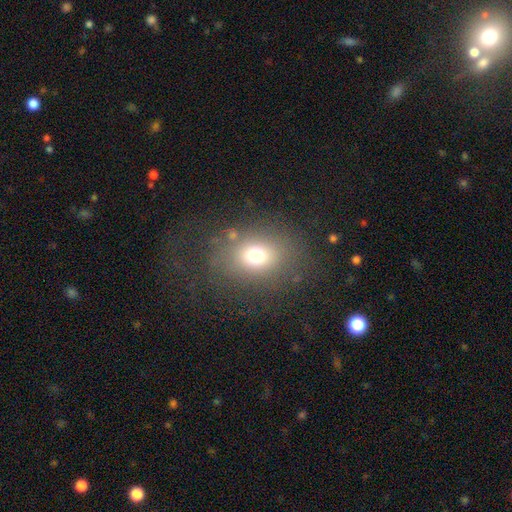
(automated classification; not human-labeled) Overall: smooth (70%). How rounded: round (51%; in between 47%). Merging: none (78%).